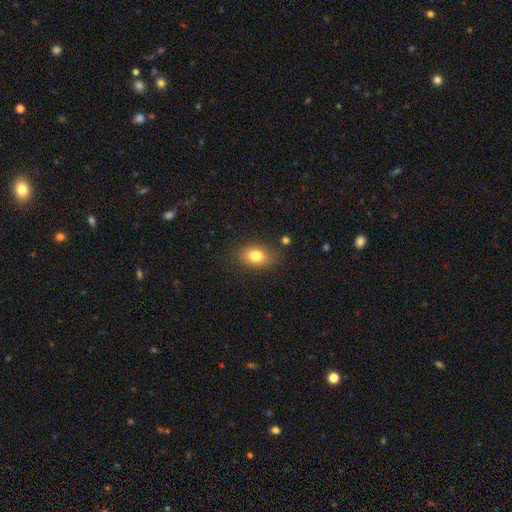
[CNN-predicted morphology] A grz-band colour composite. It shows a smooth galaxy with no disk features (81%) that is in between round and cigar-shaped (76%). Merging: none (81%).